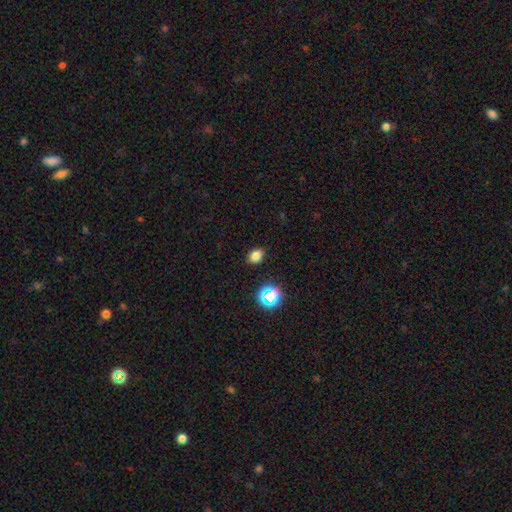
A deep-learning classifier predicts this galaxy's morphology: Smooth or featured? Predicted: smooth (p=0.78). How rounded? Predicted: in between (p=0.67). Merging? Predicted: none (p=0.87).